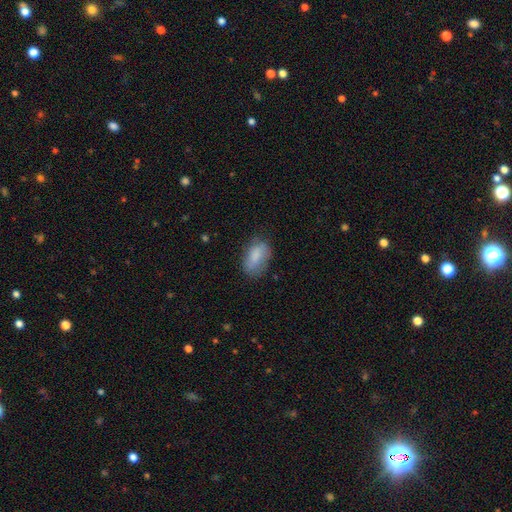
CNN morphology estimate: This is clearly a smooth galaxy (82%). How rounded: clearly in between (92%). Merging: likely none (66%).